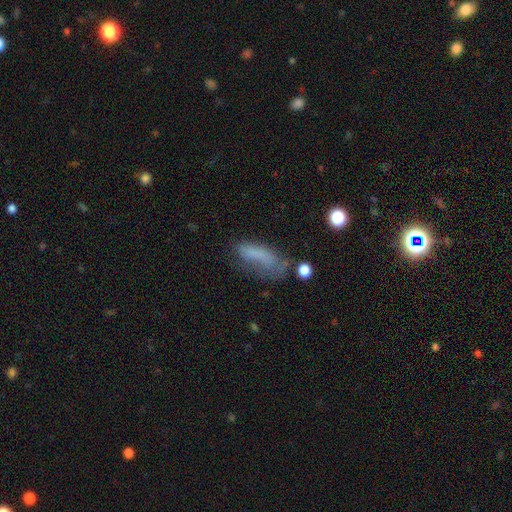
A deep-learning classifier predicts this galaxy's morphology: smooth-or-featured: smooth: 63% | featured or disk: 22% | star or artifact: 15%
  how-rounded: in between: 61% | cigar-shaped: 36% | round: 3%
  merging: none: 43% | minor disturbance: 30% | major disturbance: 22% | merger: 6%